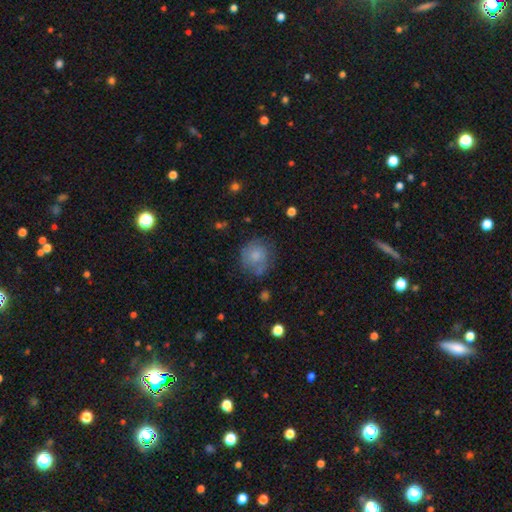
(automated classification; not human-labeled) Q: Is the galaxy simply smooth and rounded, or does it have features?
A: smooth — 69%.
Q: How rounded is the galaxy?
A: round — 84%.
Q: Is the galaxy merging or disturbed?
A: none — 62%.